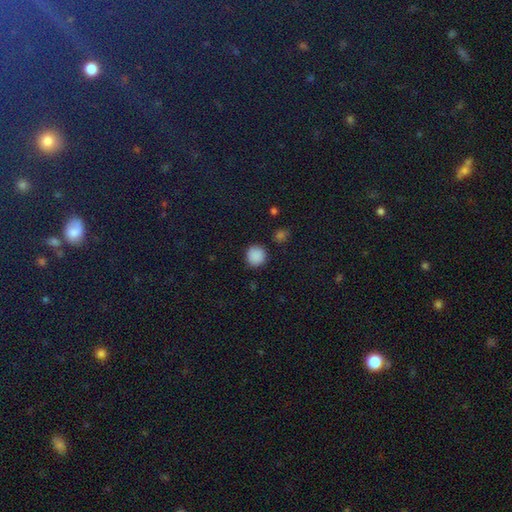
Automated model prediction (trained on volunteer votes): The model was most divided on "smooth or featured": smooth: 87%, star or artifact: 10%, featured or disk: 3%. More confident: how rounded — round (92%); merging — none (87%).